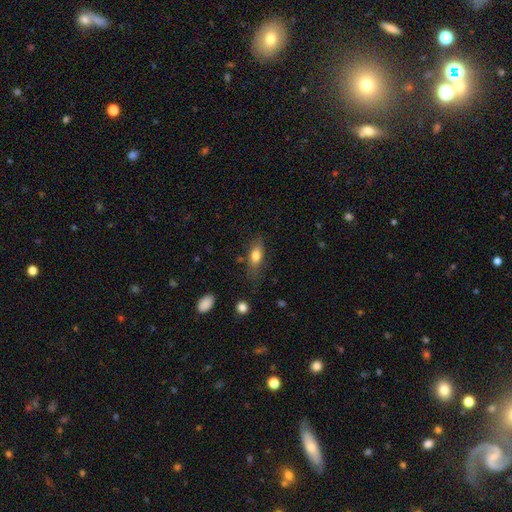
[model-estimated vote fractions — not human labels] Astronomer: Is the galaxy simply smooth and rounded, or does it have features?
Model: smooth — 76%.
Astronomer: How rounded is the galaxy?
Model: in between — 76%.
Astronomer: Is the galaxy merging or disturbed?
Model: none — 67%.